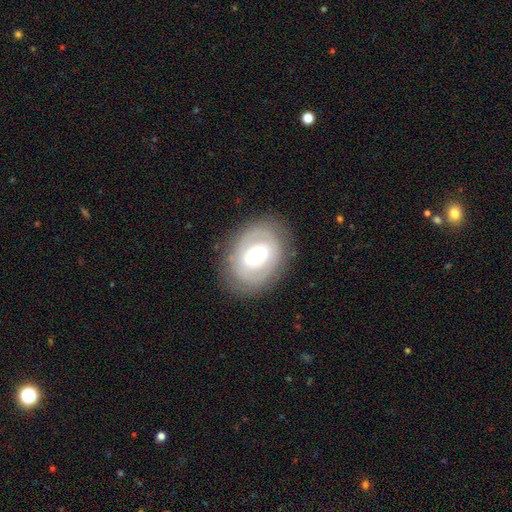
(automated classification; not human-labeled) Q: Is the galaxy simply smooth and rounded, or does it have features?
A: featured or disk — 57%.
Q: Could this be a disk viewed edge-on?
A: no — 95%.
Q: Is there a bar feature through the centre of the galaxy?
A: no — 60%.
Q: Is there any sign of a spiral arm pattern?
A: no — 54%.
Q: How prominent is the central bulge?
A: moderate — 48%.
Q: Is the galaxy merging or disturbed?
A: none — 81%.